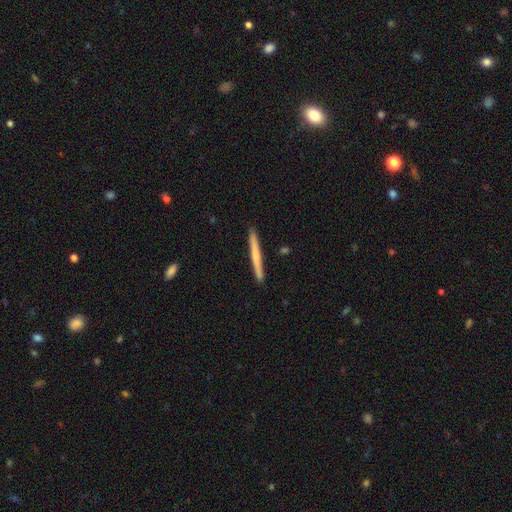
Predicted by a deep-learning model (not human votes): This appears to be a smooth galaxy with no disk features (56%) that is cigar-shaped (97%). Merging: none (91%).